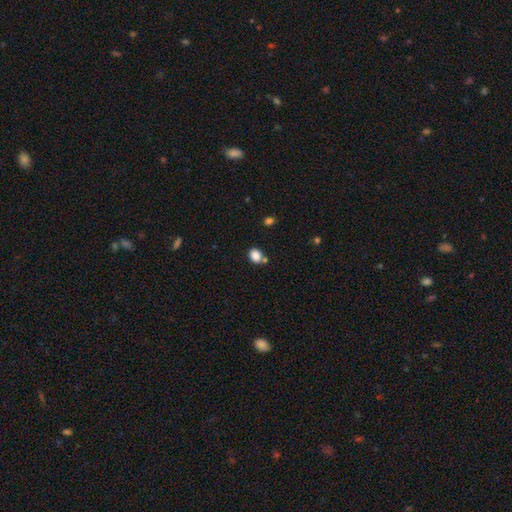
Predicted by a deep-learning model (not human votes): smooth 85%, star or artifact 10%, featured or disk 4%. Down the decision tree: how rounded — round (50%); merging — none (67%).